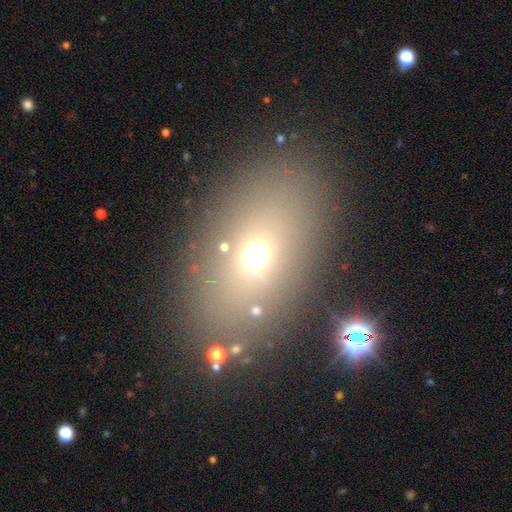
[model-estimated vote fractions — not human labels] Overall: smooth (64%). How rounded: in between (73%). Merging: none (82%).